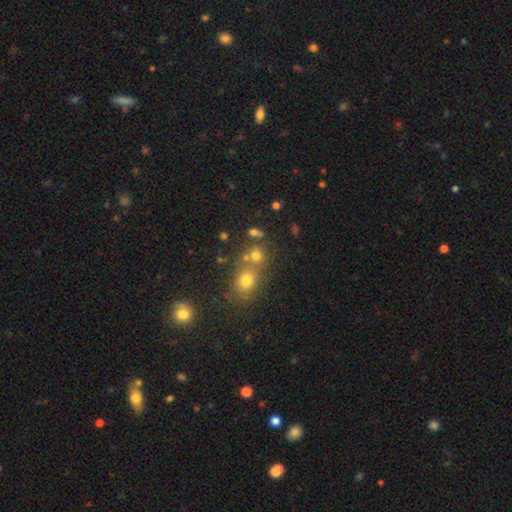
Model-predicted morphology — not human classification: Smooth or featured: smooth — 67% (star or artifact — 20%)
How rounded: round — 72% (in between — 27%)
Merging: none — 50% (merger — 37%)